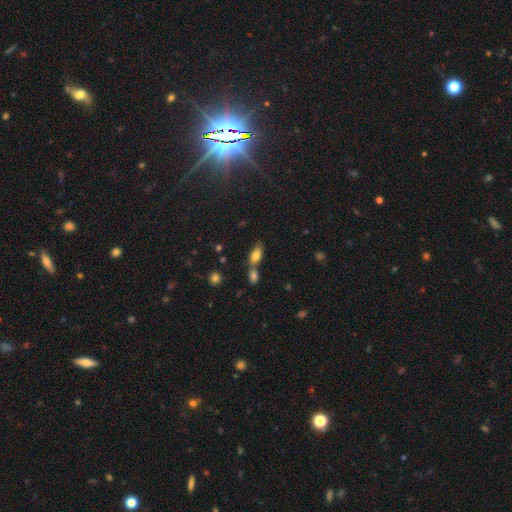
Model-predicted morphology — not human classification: Overall: smooth (78%). How rounded: in between (84%). Merging: none (49%; merger 36%).